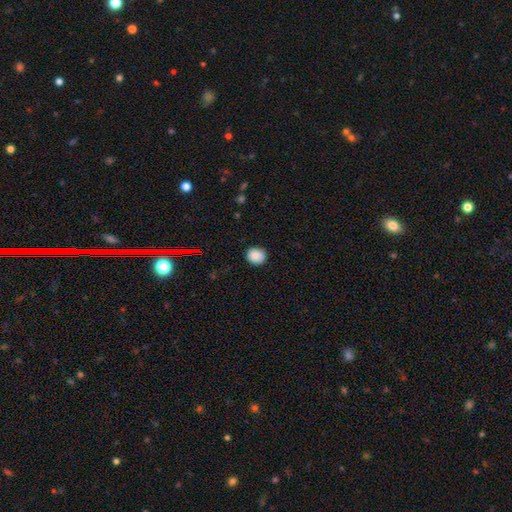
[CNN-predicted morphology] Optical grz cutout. It shows a smooth galaxy with no disk features (86%) that is round (79%). Merging: none (87%).